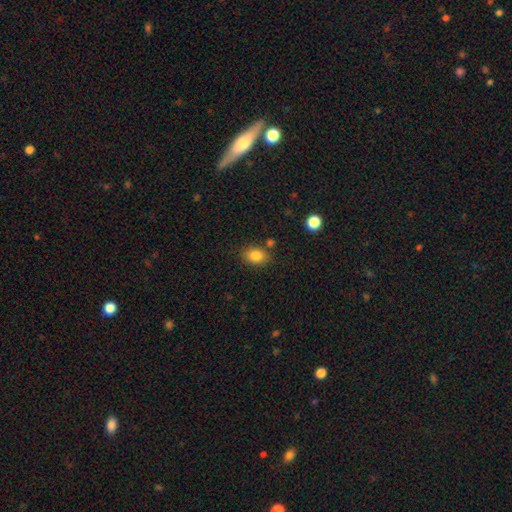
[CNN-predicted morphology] smooth-or-featured: smooth: 84% | star or artifact: 10% | featured or disk: 6%
  how-rounded: in between: 68% | round: 30% | cigar-shaped: 1%
  merging: none: 77% | minor disturbance: 13% | merger: 6% | major disturbance: 4%